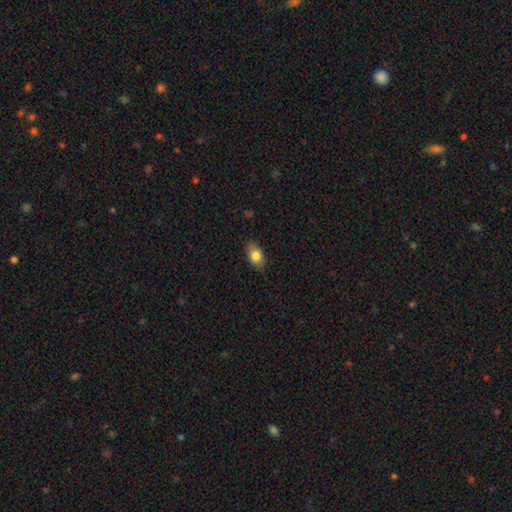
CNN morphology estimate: type=smooth (80%); roundness=in between (86%); merging=none (83%).